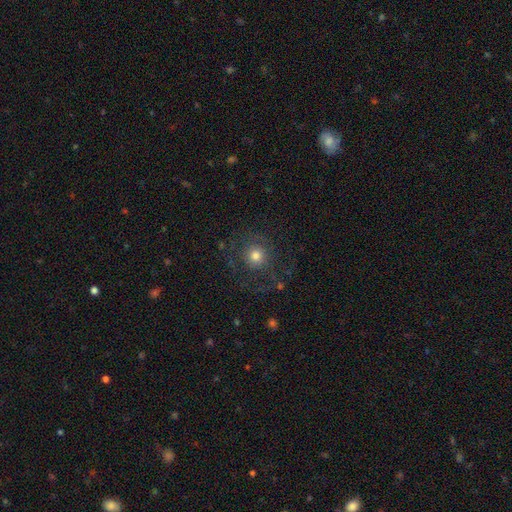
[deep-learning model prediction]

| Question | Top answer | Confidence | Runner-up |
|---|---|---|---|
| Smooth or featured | smooth | 60% | featured or disk (27%) |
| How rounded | round | 91% | in between (8%) |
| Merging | none | 69% | major disturbance (16%) |